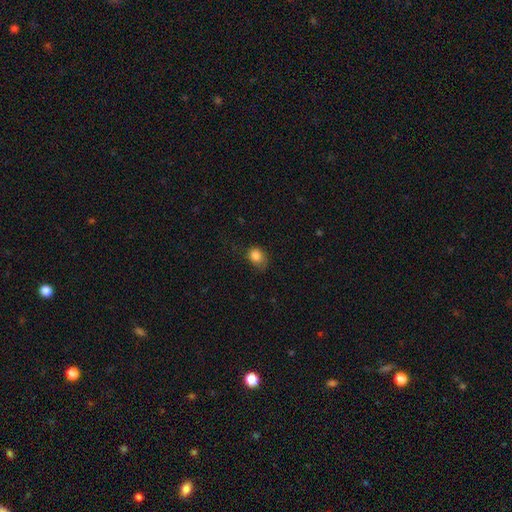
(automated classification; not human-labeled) Smooth or featured?
  - smooth: 84% *
  - star or artifact: 10%
  - featured or disk: 6%
How rounded?
  - round: 54% *
  - in between: 45%
  - cigar-shaped: 1%
Merging?
  - none: 57% *
  - minor disturbance: 29%
  - major disturbance: 12%
  - merger: 1%